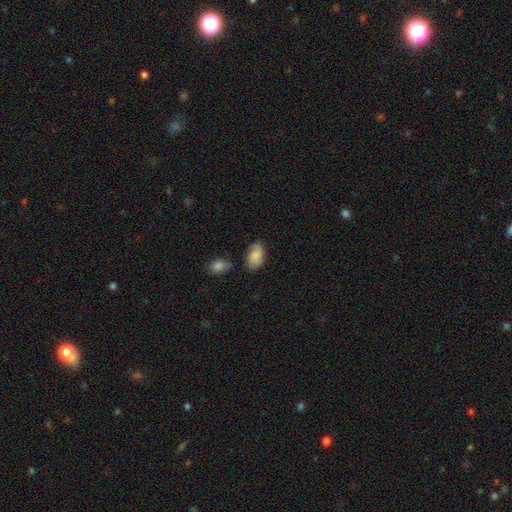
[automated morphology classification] Smooth or featured?
  - smooth: 67% *
  - featured or disk: 25%
  - star or artifact: 8%
How rounded?
  - in between: 89% *
  - round: 9%
  - cigar-shaped: 2%
Merging?
  - none: 57% *
  - minor disturbance: 28%
  - major disturbance: 9%
  - merger: 6%